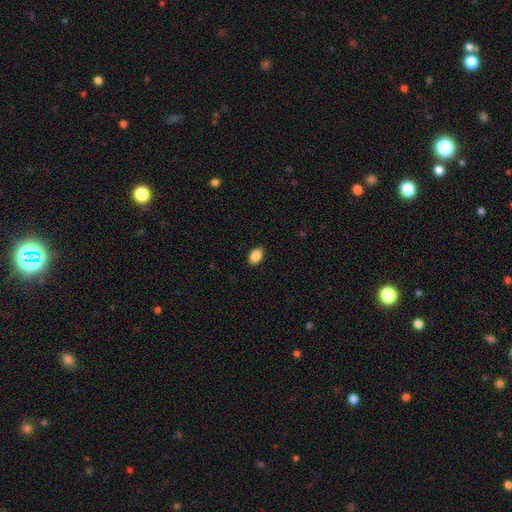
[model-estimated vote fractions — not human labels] smooth 88%, star or artifact 8%, featured or disk 4%. Down the decision tree: how rounded — in between (87%); merging — none (90%).